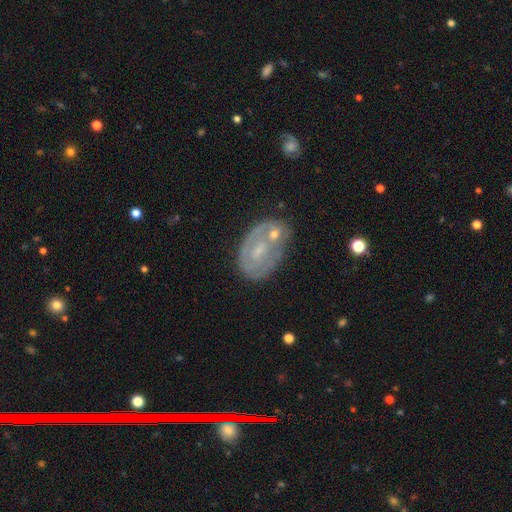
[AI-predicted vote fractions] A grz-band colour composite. It shows a featured or disk galaxy (63%) with no bar (54%), spiral arms (51%) and a small central bulge (53%). Merging: none (44%).